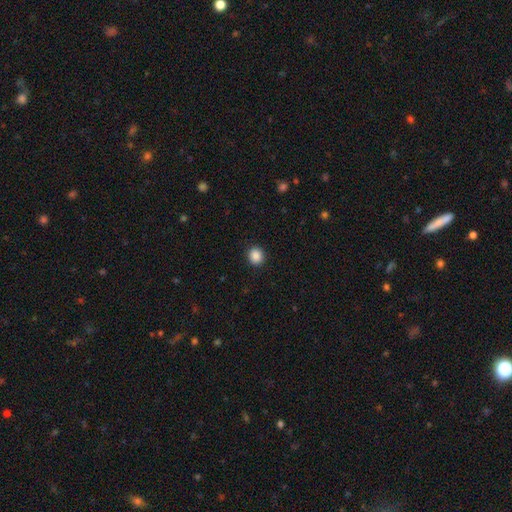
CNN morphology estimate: Smooth or featured?
  - smooth: 88% *
  - star or artifact: 9%
  - featured or disk: 2%
How rounded?
  - round: 82% *
  - in between: 17%
  - cigar-shaped: 1%
Merging?
  - none: 92% *
  - minor disturbance: 6%
  - major disturbance: 2%
  - merger: 1%